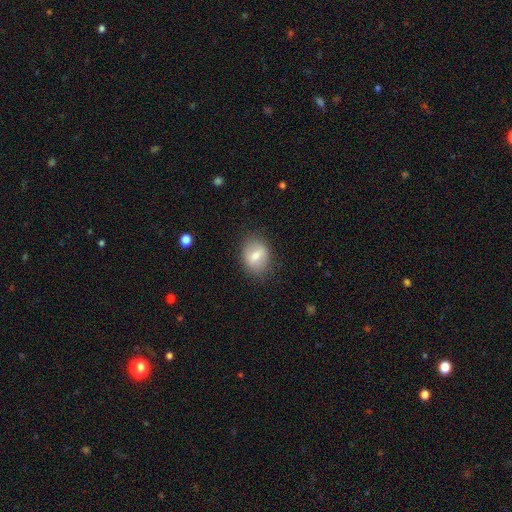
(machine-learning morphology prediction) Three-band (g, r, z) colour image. It shows a smooth galaxy with no disk features (66%) that is in between round and cigar-shaped (58%). Merging: none (79%).